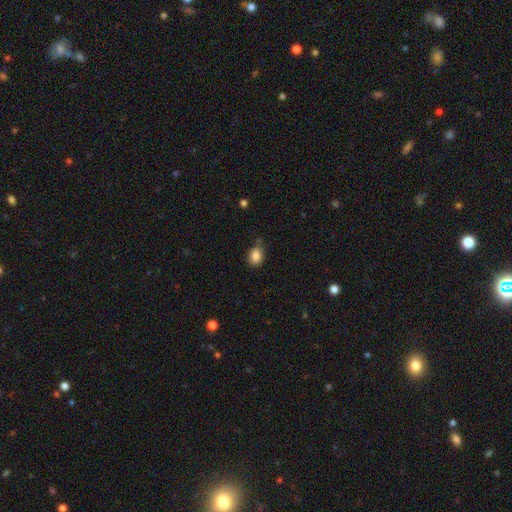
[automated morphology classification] Smooth or featured? Predicted: smooth (p=0.85). How rounded? Predicted: in between (p=0.63). Merging? Predicted: none (p=0.69).